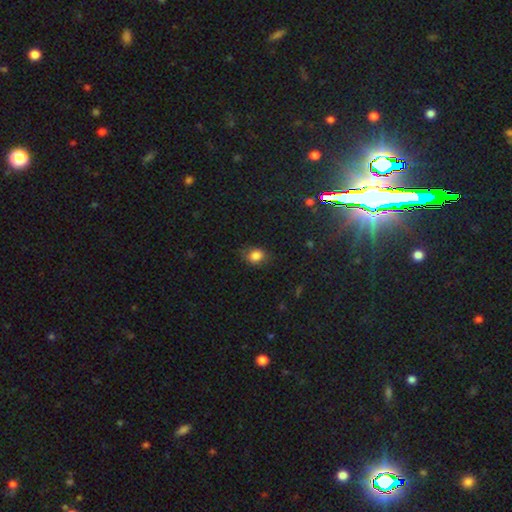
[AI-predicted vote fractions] Smooth or featured: smooth — 82% (star or artifact — 11%)
How rounded: in between — 51% (round — 47%)
Merging: none — 71% (minor disturbance — 21%)